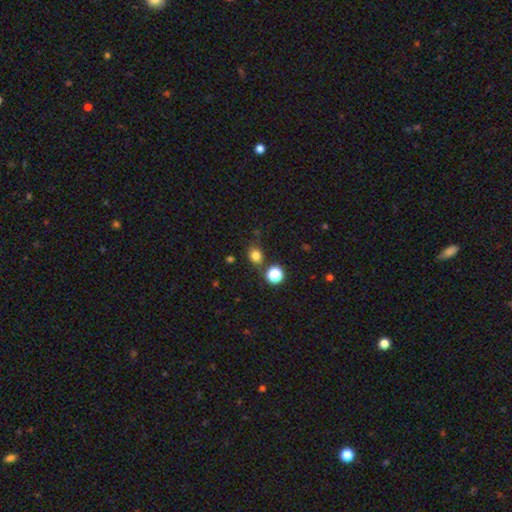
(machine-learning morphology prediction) Overall: smooth (79%). How rounded: round (70%). Merging: none (76%).